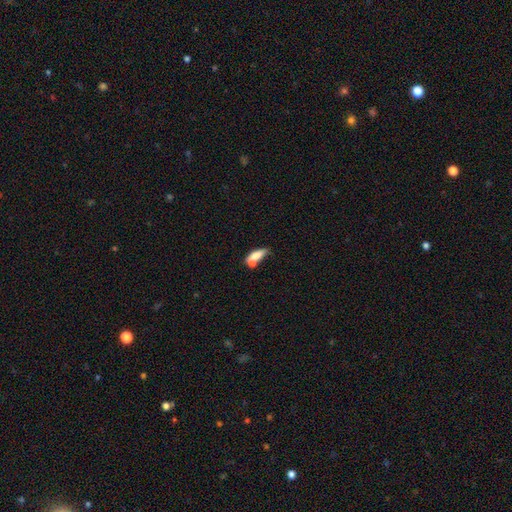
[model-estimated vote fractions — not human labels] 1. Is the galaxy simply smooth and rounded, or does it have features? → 69% smooth, 24% featured or disk, 8% star or artifact.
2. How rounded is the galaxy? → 68% in between, 27% cigar-shaped, 5% round.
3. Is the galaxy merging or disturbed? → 48% merger, 28% none, 15% minor disturbance, 9% major disturbance.